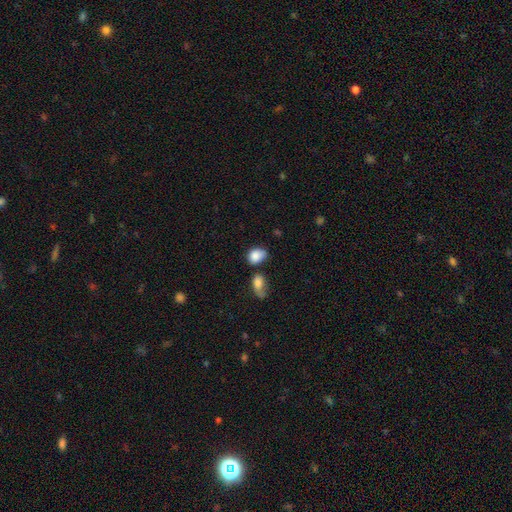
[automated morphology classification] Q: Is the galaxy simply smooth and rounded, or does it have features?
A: smooth — 84%.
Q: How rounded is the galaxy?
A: in between — 64%.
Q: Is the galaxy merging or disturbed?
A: none — 40%.